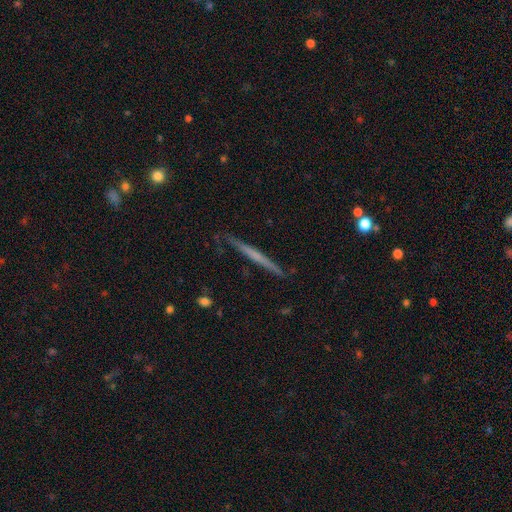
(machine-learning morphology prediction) This appears to be a featured or disk galaxy (56%) viewed edge-on (97%) with no central bulge (79%). Merging: none (88%).